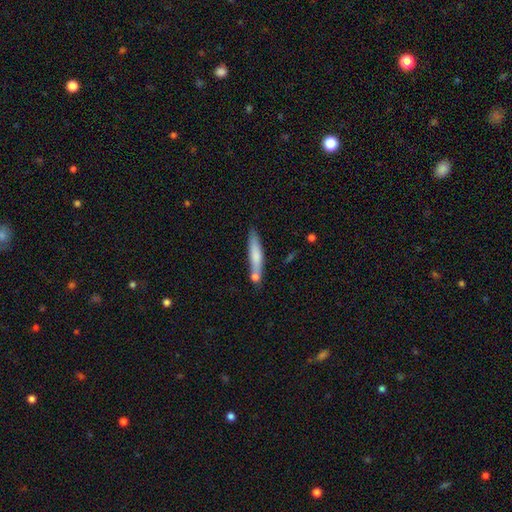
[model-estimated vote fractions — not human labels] A smooth galaxy with no disk features (68%) that is cigar-shaped (89%).

Vote fractions:
- Smooth or featured? smooth: 68% / featured or disk: 26% / star or artifact: 6%
- How rounded? cigar-shaped: 89% / in between: 10% / round: 2%
- Merging? none: 64% / merger: 16% / minor disturbance: 16% / major disturbance: 4%